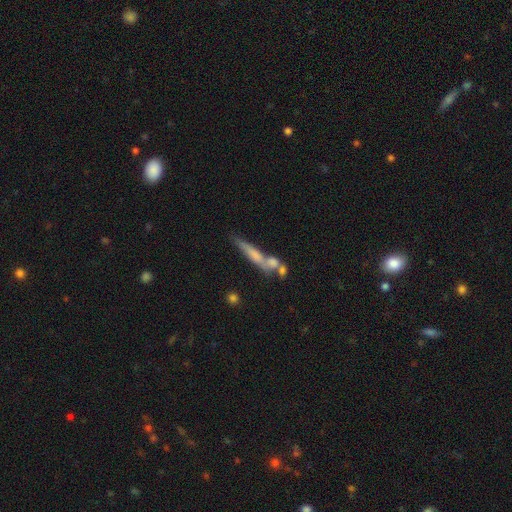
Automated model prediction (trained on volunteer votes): Overall: smooth (48%; featured or disk 42%). Merging: none (39%; merger 34%).